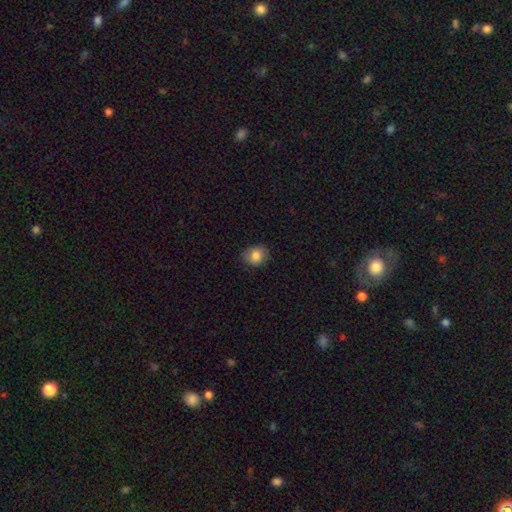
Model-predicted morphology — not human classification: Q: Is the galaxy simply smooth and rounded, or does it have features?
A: smooth — 83%.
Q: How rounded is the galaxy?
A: round — 66%.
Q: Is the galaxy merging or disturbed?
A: none — 82%.